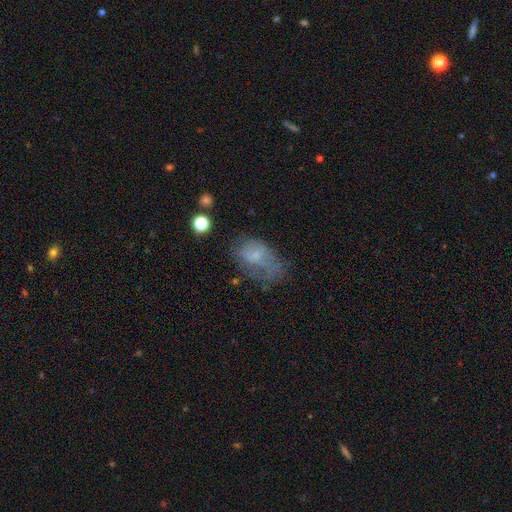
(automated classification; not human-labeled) This is possibly a smooth galaxy (53%). How rounded: clearly in between (86%). Merging: marginally none (36%).